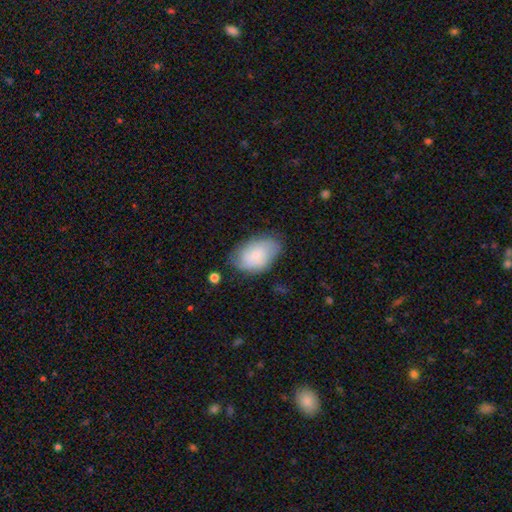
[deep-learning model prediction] Smooth or featured? smooth (62%)
How rounded? in between (89%)
Merging? none (67%)